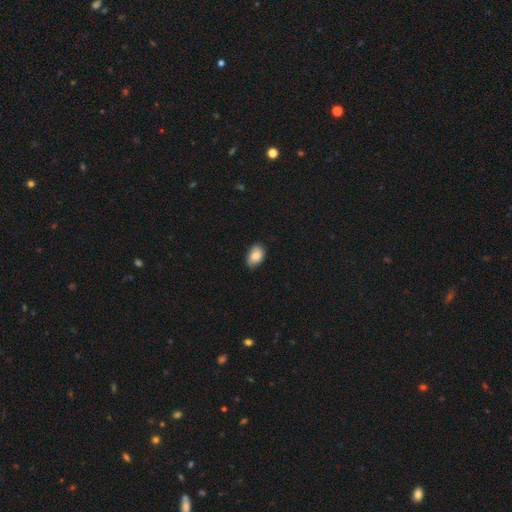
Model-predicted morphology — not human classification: smooth_or_featured: smooth (p=0.80) [alt: featured or disk p=0.12]
how_rounded: in between (p=0.87) [alt: round p=0.11]
merging: none (p=0.72) [alt: minor disturbance p=0.24]